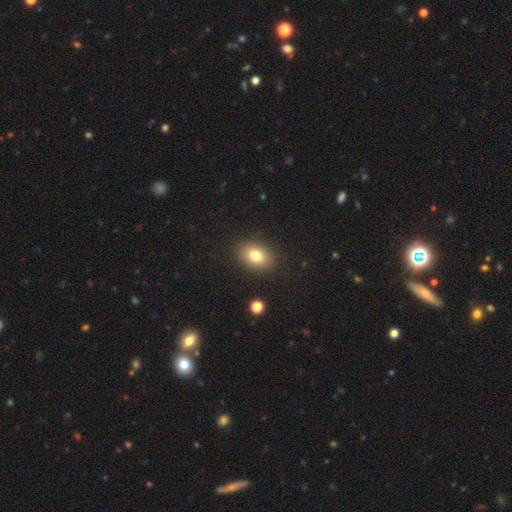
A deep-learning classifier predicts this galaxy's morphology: Smooth or featured?
  - smooth: 79% *
  - featured or disk: 11%
  - star or artifact: 10%
How rounded?
  - in between: 71% *
  - round: 28%
  - cigar-shaped: 1%
Merging?
  - none: 88% *
  - minor disturbance: 8%
  - major disturbance: 3%
  - merger: 1%